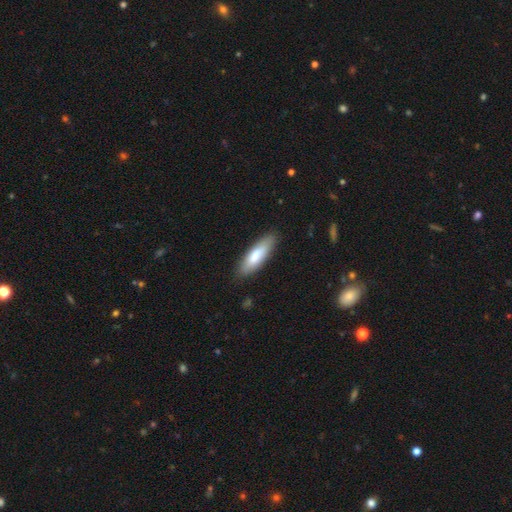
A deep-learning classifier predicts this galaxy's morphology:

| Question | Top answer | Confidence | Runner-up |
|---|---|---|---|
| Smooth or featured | smooth | 78% | featured or disk (17%) |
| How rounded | cigar-shaped | 51% | in between (47%) |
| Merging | none | 85% | minor disturbance (11%) |